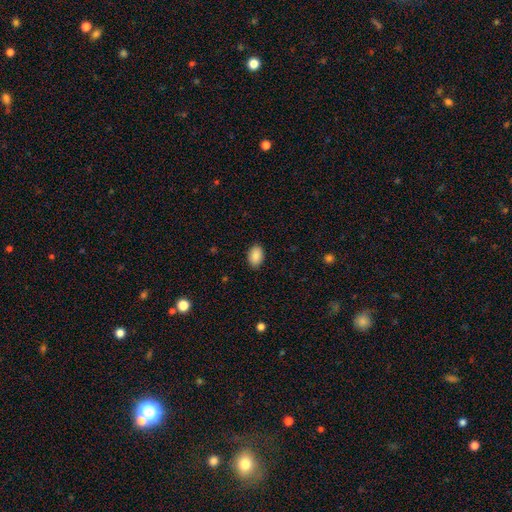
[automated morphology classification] A smooth galaxy with no disk features (88%) that is in between round and cigar-shaped (85%). Merging: none (88%).